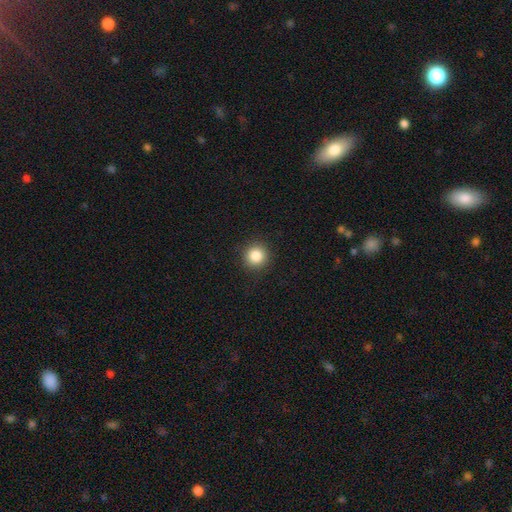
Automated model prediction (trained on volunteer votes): smooth-or-featured: smooth: 85% | star or artifact: 10% | featured or disk: 5%
  how-rounded: round: 94% | in between: 5% | cigar-shaped: 1%
  merging: none: 91% | minor disturbance: 6% | major disturbance: 2% | merger: 1%